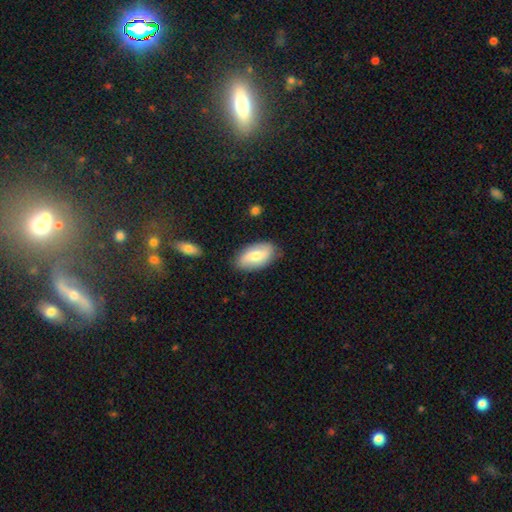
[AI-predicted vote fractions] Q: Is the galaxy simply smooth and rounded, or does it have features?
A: smooth — 61%.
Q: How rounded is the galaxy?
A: in between — 93%.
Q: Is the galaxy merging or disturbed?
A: none — 83%.